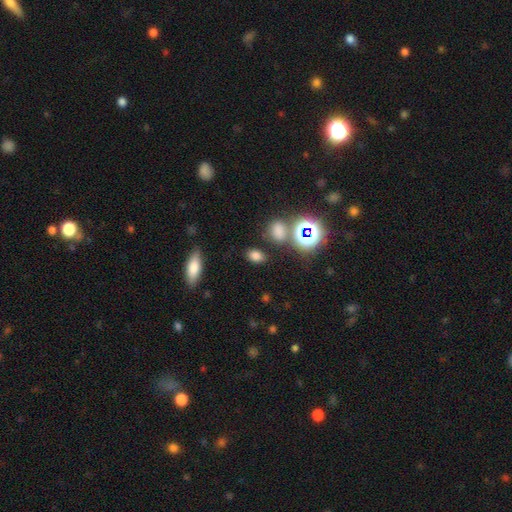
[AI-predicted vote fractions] This appears to be a smooth galaxy with no disk features (73%) that is in between round and cigar-shaped (79%). Merging: none (79%).